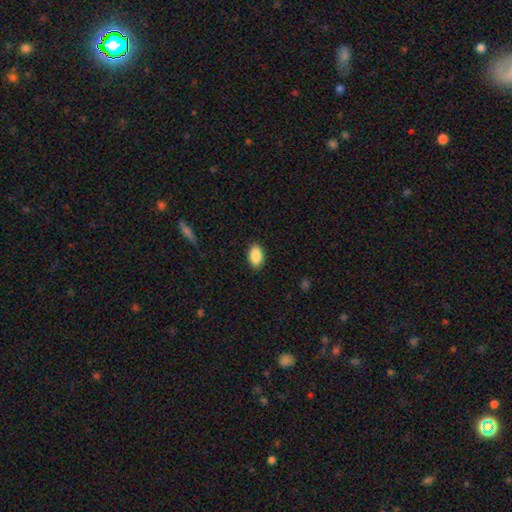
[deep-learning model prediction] Morphology: type=smooth (90%); roundness=in between (93%); merging=none (88%).